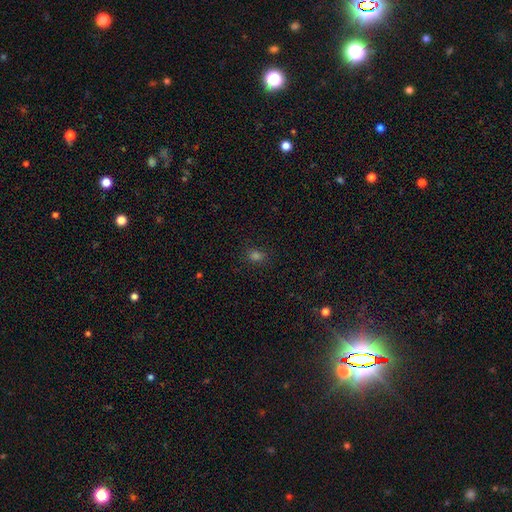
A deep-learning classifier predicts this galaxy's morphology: type=smooth (71%); roundness=in between (56%); merging=none (87%).